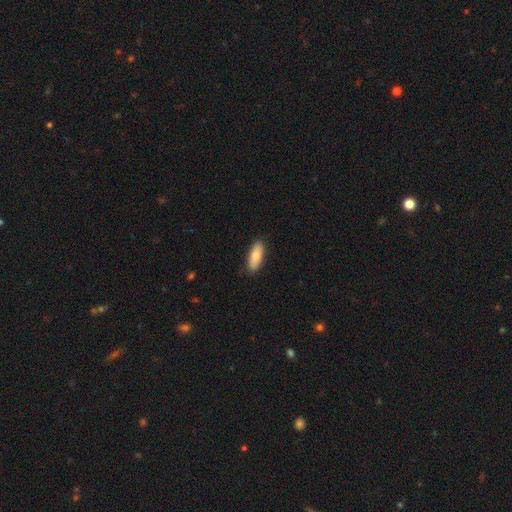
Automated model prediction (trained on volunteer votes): smooth_or_featured: smooth (p=0.76) [alt: featured or disk p=0.18]
how_rounded: in between (p=0.74) [alt: cigar-shaped p=0.24]
merging: none (p=0.88) [alt: minor disturbance p=0.09]